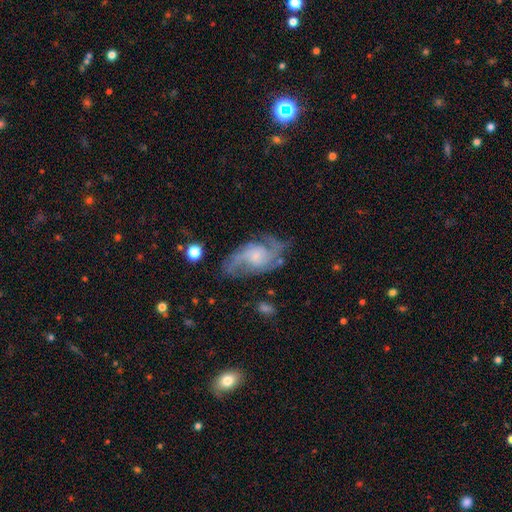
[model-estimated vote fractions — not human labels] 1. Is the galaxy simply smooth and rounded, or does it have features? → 84% featured or disk, 10% smooth, 6% star or artifact.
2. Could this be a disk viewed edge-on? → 97% no, 3% yes.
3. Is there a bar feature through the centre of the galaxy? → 60% no, 34% weak, 5% strong.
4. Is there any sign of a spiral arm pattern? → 95% yes, 5% no.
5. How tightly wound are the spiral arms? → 50% medium, 29% loose, 22% tight.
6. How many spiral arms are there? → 62% 2, 14% 3, 13% can't tell, 4% 1, 4% 4, 3% more than 4.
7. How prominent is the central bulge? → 48% small, 28% moderate, 16% none, 7% large, 2% dominant.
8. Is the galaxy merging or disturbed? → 65% none, 20% minor disturbance, 13% major disturbance, 2% merger.